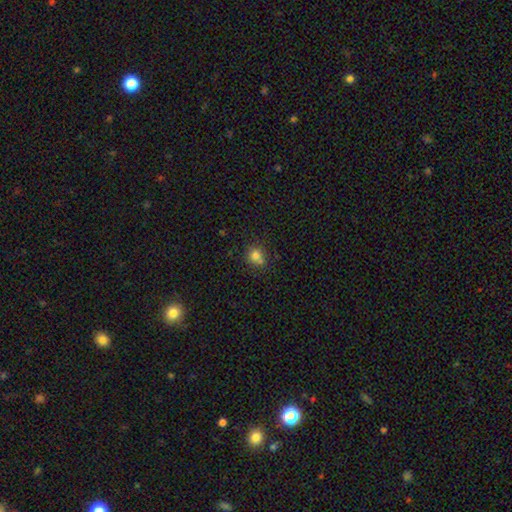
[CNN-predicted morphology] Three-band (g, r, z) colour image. It shows a smooth galaxy with no disk features (78%) that is round (87%). Merging: none (61%).